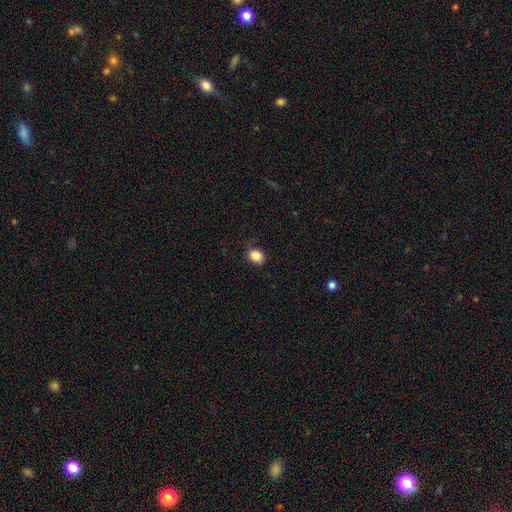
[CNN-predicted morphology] Q: Smooth or featured?
A: smooth (86%); runner-up: star or artifact (10%)
Q: How rounded?
A: round (59%); runner-up: in between (40%)
Q: Merging?
A: none (76%); runner-up: minor disturbance (19%)